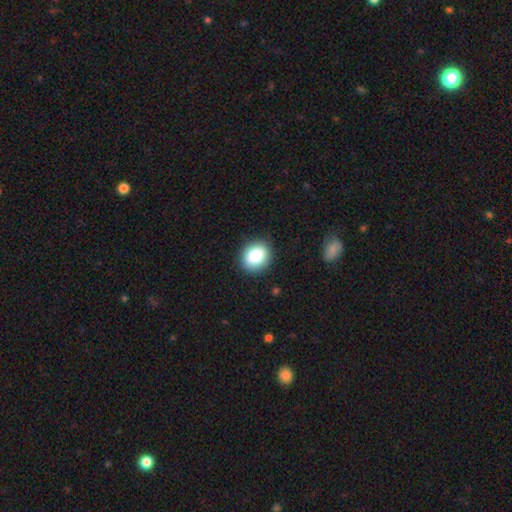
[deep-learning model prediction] smooth-or-featured: smooth: 85% | star or artifact: 8% | featured or disk: 6%
  how-rounded: round: 60% | in between: 40% | cigar-shaped: 1%
  merging: none: 88% | minor disturbance: 9% | major disturbance: 2% | merger: 1%